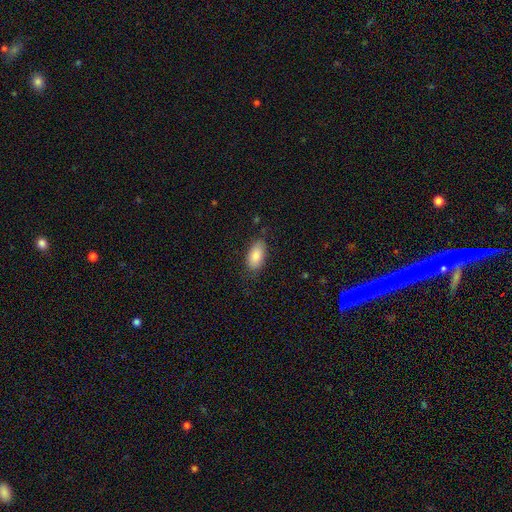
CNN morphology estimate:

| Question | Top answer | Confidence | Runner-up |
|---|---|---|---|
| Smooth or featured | smooth | 85% | featured or disk (8%) |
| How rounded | in between | 92% | cigar-shaped (5%) |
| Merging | none | 79% | minor disturbance (16%) |